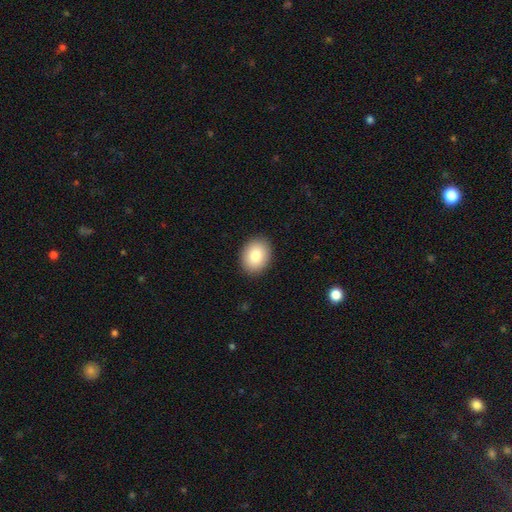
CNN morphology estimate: A smooth galaxy with no disk features (84%) that is in between round and cigar-shaped (59%). Merging: none (90%).